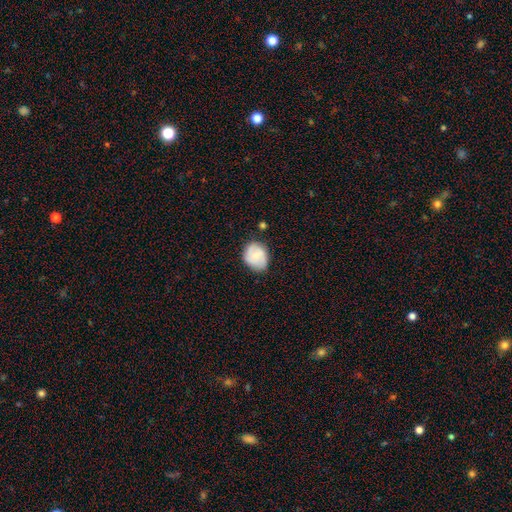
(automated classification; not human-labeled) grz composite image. It shows a smooth galaxy with no disk features (67%) that is round (55%). Merging: none (67%).